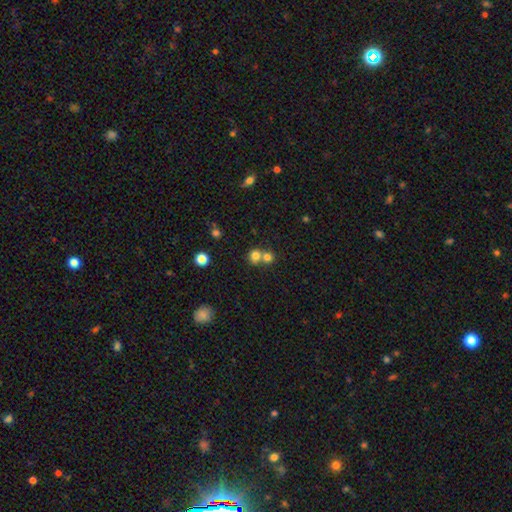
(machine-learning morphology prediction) This is likely a smooth galaxy (77%). How rounded: clearly round (84%). Merging: possibly merger (51%).